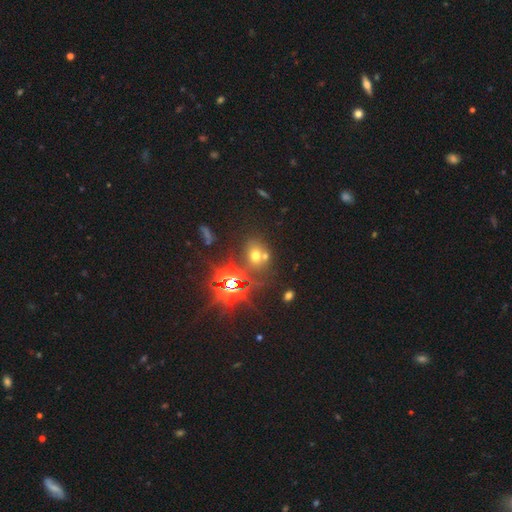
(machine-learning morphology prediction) Smooth or featured?
  - smooth: 49% *
  - star or artifact: 35%
  - featured or disk: 15%
Merging?
  - none: 53% *
  - merger: 30%
  - minor disturbance: 11%
  - major disturbance: 6%